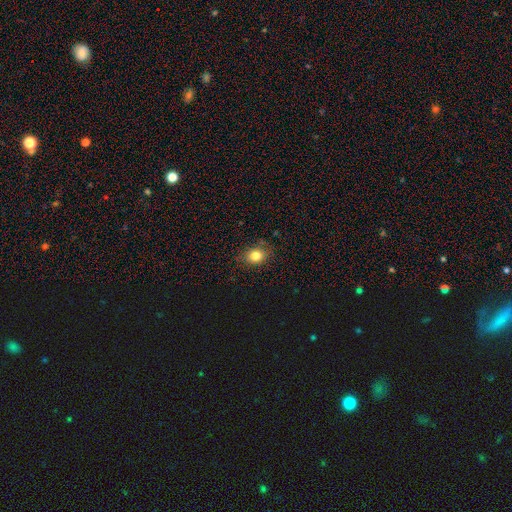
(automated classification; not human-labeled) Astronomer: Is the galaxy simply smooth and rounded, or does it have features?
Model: smooth — 81%.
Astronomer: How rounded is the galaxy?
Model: round — 52% (runner-up: in between, 47%).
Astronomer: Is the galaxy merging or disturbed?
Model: none — 80%.